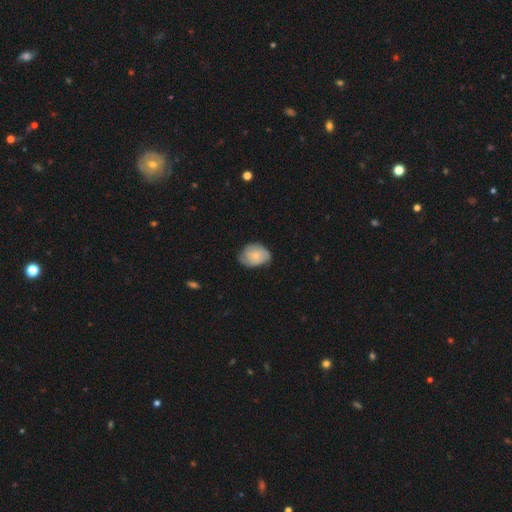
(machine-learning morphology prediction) smooth 66%, featured or disk 27%, star or artifact 6%. Down the decision tree: how rounded — in between (66%); merging — none (55%).